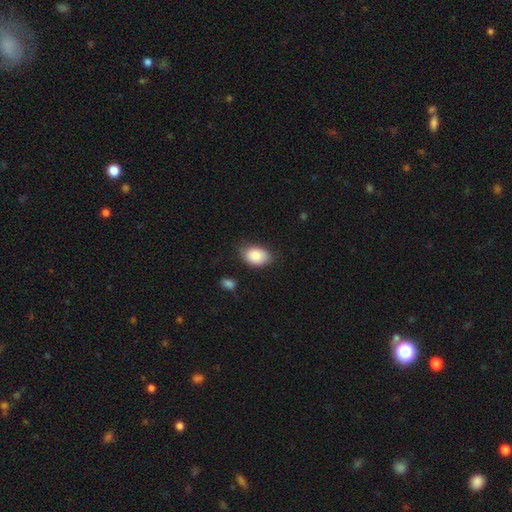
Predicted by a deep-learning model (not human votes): Smooth or featured? smooth (87%)
How rounded? in between (83%)
Merging? none (75%)